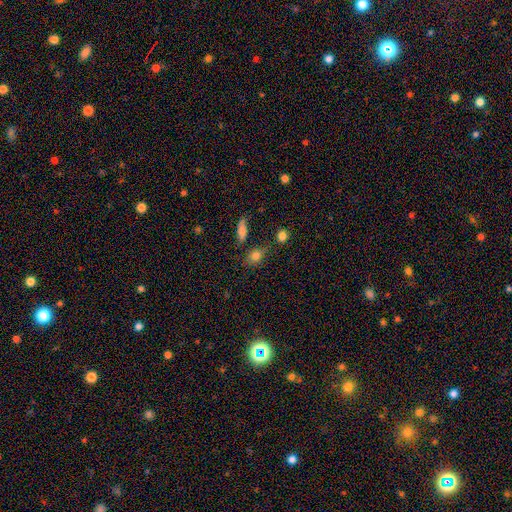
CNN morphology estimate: Smooth or featured?
  - smooth: 79% *
  - star or artifact: 12%
  - featured or disk: 9%
How rounded?
  - in between: 58% *
  - round: 38%
  - cigar-shaped: 4%
Merging?
  - none: 65% *
  - minor disturbance: 19%
  - merger: 10%
  - major disturbance: 7%